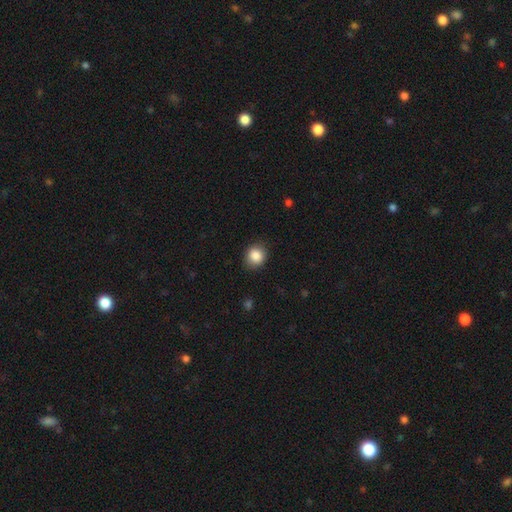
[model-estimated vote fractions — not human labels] Overall: smooth (87%). How rounded: round (75%). Merging: none (85%).